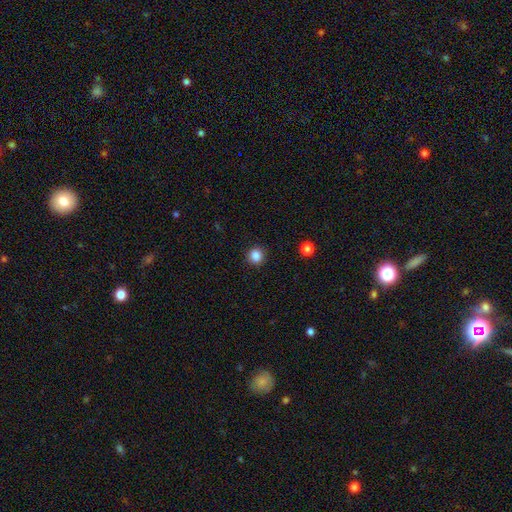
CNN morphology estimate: type=smooth (85%); roundness=round (87%); merging=none (91%).